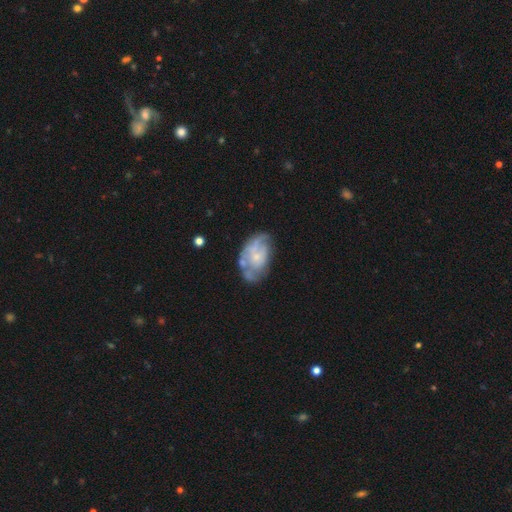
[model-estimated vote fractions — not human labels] This appears to be a featured or disk galaxy (64%) with no bar (80%), spiral arms (53%) and a small central bulge (60%). Merging: none (47%).